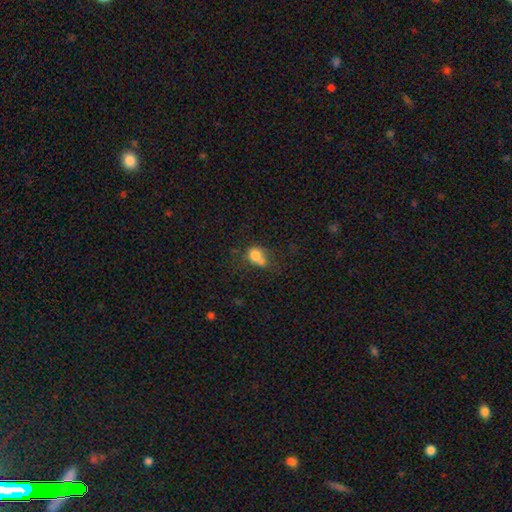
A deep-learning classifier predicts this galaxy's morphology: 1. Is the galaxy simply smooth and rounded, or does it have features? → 75% smooth, 13% featured or disk, 12% star or artifact.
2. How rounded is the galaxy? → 54% round, 45% in between, 1% cigar-shaped.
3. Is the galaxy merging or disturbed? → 36% merger, 34% none, 19% minor disturbance, 11% major disturbance.